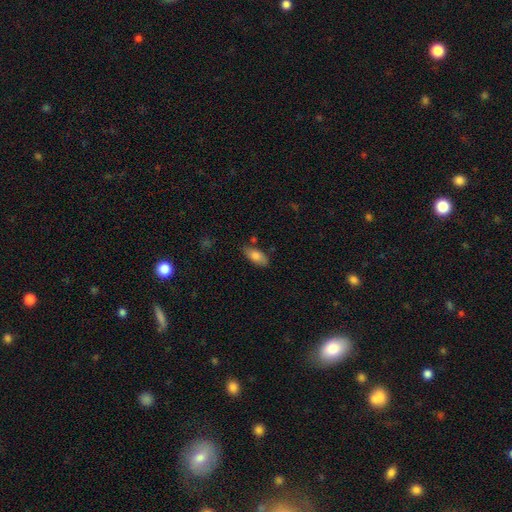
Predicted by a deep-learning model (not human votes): Morphology: type=smooth (80%); roundness=in between (88%); merging=none (75%).